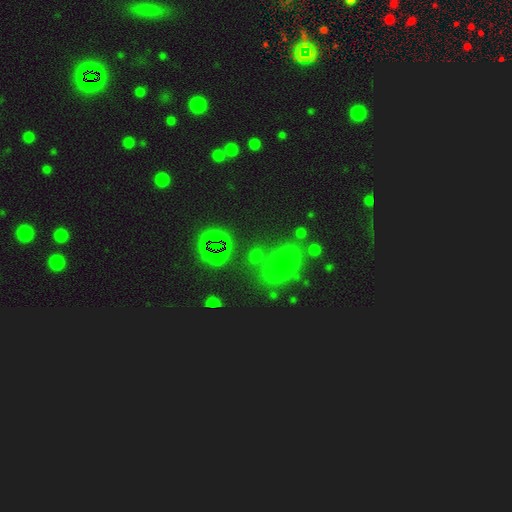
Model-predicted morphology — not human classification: type=smooth (59%); roundness=in between (63%); merging=none (69%).